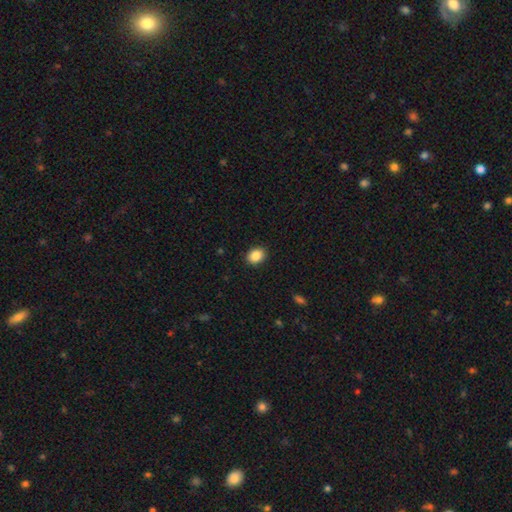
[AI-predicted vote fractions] smooth-or-featured: smooth: 88% | star or artifact: 8% | featured or disk: 4%
  how-rounded: in between: 56% | round: 43% | cigar-shaped: 1%
  merging: none: 89% | minor disturbance: 8% | major disturbance: 2% | merger: 1%